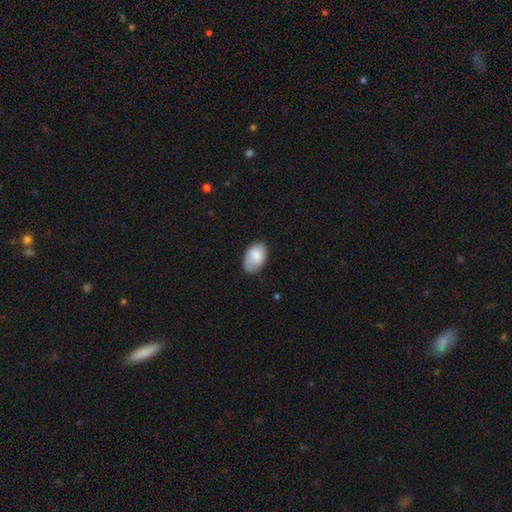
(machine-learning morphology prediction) Overall: smooth (80%). How rounded: in between (92%). Merging: none (62%; minor disturbance 30%).